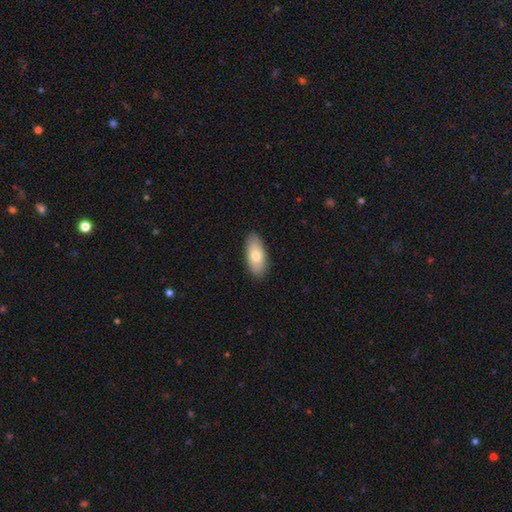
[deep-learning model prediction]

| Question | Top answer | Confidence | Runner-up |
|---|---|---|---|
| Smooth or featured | smooth | 73% | featured or disk (21%) |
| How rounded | in between | 89% | cigar-shaped (9%) |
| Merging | none | 88% | minor disturbance (9%) |